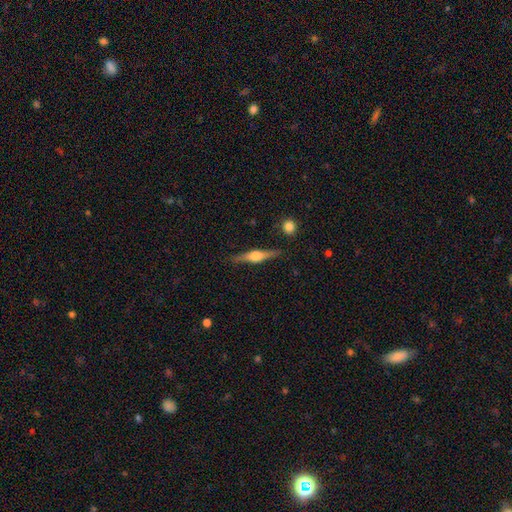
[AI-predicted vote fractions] A featured or disk galaxy (70%) viewed edge-on (97%) with a rounded central bulge (91%).

Vote fractions:
- Smooth or featured? featured or disk: 70% / smooth: 24% / star or artifact: 6%
- Edge-on disk? yes: 97% / no: 3%
- Edge-on bulge? rounded: 91% / boxy: 7% / none: 2%
- Merging? none: 86% / minor disturbance: 10% / major disturbance: 2% / merger: 2%